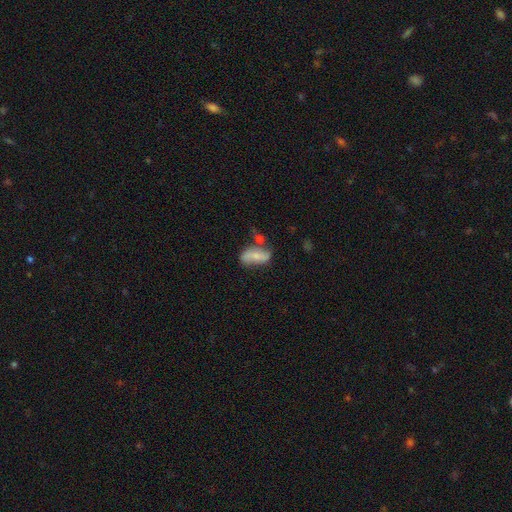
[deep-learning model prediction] Smooth or featured: featured or disk — 48% (smooth — 44%)
Merging: none — 50% (minor disturbance — 24%)